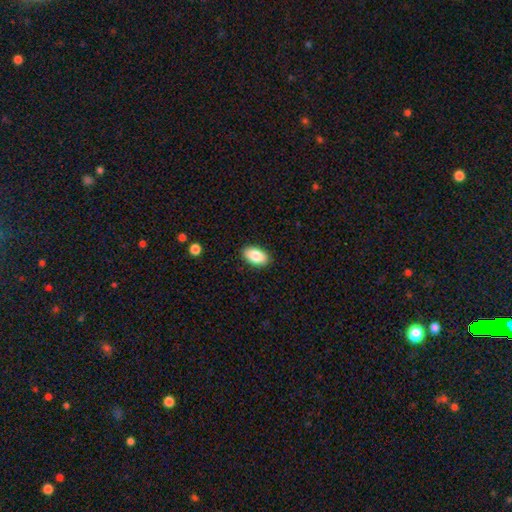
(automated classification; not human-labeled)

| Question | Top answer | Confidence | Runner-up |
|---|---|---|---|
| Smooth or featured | smooth | 85% | featured or disk (8%) |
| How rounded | in between | 94% | round (4%) |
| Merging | none | 89% | minor disturbance (8%) |